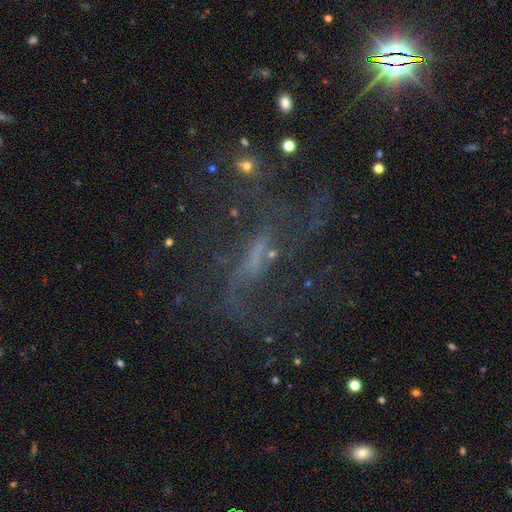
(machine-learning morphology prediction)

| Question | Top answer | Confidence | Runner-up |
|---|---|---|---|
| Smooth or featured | featured or disk | 57% | star or artifact (29%) |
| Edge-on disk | no | 87% | yes (13%) |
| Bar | no | 36% | weak (35%) |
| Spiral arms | yes | 65% | no (35%) |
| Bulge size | none | 49% | small (29%) |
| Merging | none | 51% | major disturbance (29%) |